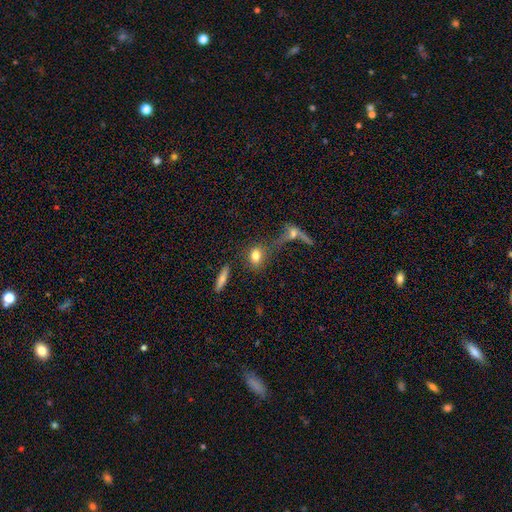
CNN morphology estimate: A smooth galaxy with no disk features (78%) that is in between round and cigar-shaped (59%). Merging: none (58%).